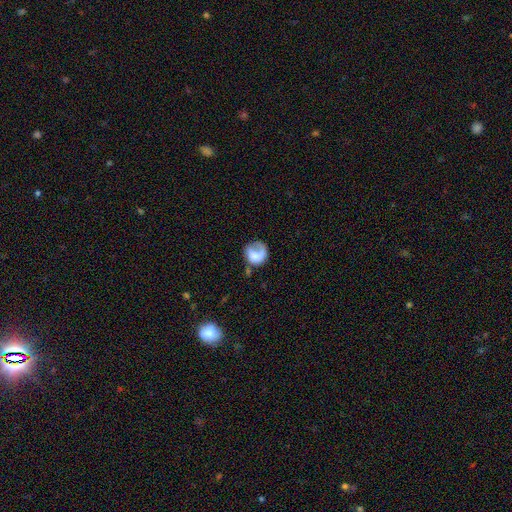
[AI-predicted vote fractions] Morphology: type=smooth (59%); roundness=round (73%); merging=none (37%).